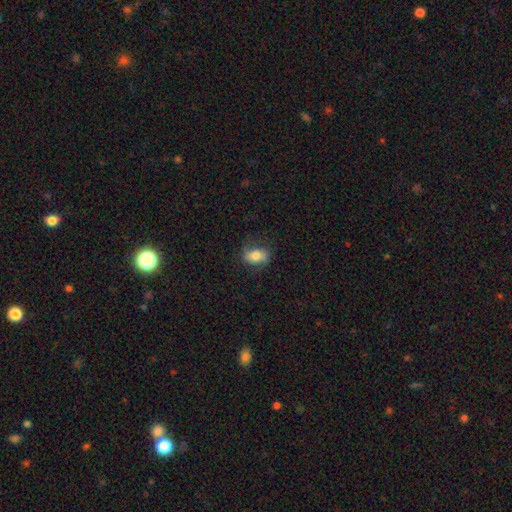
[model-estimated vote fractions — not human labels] Smooth or featured: smooth — 66% (featured or disk — 25%)
How rounded: in between — 80% (round — 18%)
Merging: none — 68% (minor disturbance — 20%)